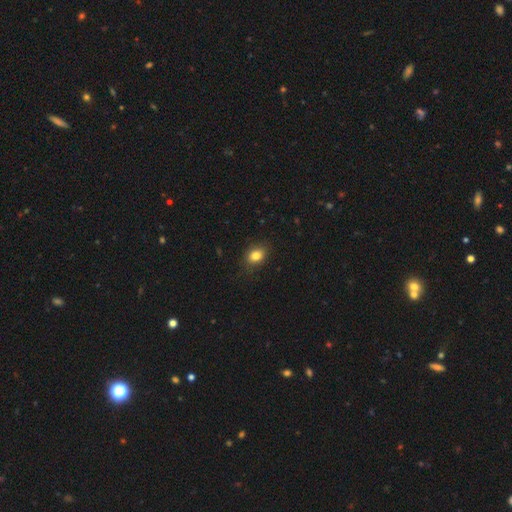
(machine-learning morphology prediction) smooth 83%, star or artifact 10%, featured or disk 7%. Down the decision tree: how rounded — in between (63%); merging — none (83%).